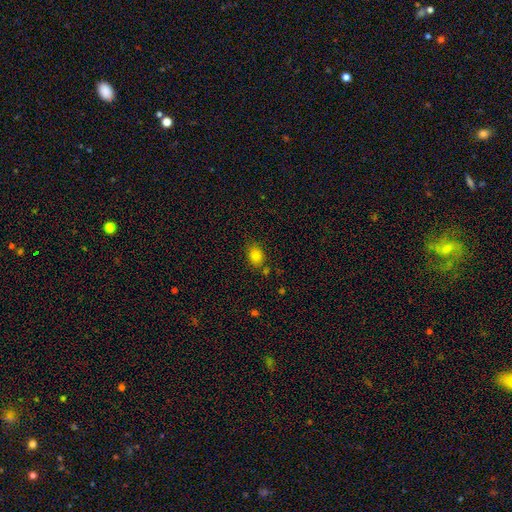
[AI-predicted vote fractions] Smooth or featured? smooth (80%)
How rounded? in between (53%)
Merging? none (76%)